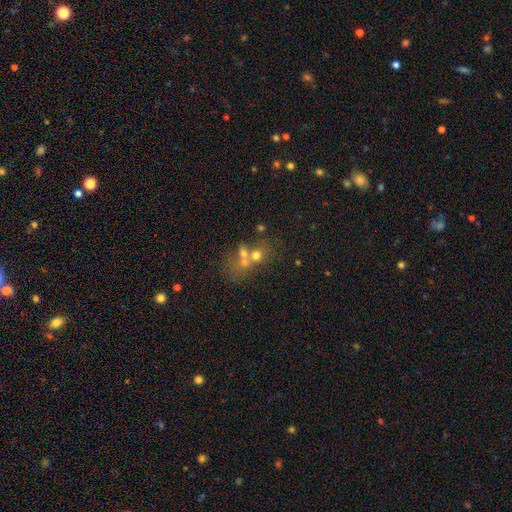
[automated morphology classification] Overall: smooth (53%; featured or disk 29%). How rounded: round (68%; in between 31%). Merging: merger (58%; none 29%).